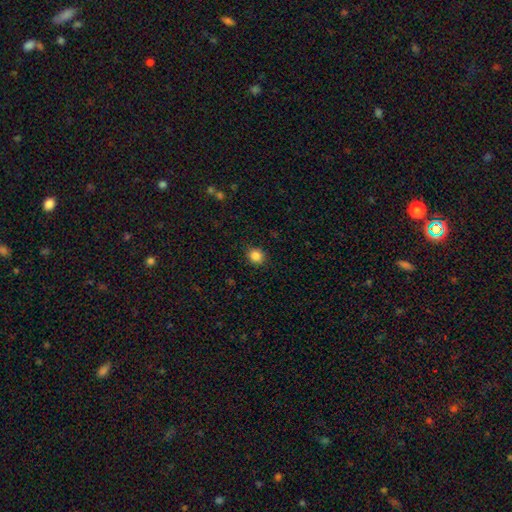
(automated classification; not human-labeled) smooth-or-featured: smooth: 86% | star or artifact: 11% | featured or disk: 4%
  how-rounded: round: 78% | in between: 21% | cigar-shaped: 1%
  merging: none: 90% | minor disturbance: 7% | major disturbance: 2% | merger: 1%